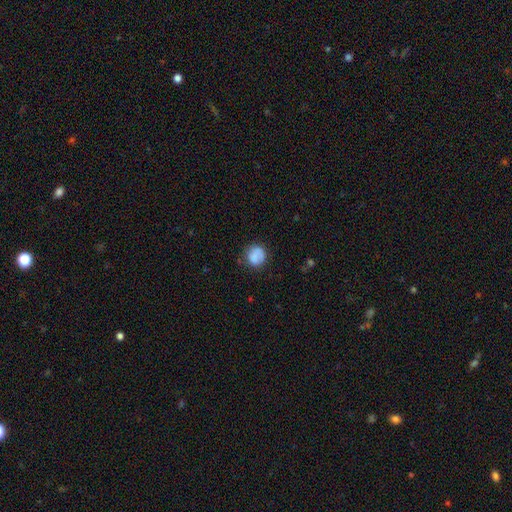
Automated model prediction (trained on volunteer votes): smooth-or-featured: smooth: 82% | featured or disk: 10% | star or artifact: 8%
  how-rounded: round: 82% | in between: 17% | cigar-shaped: 1%
  merging: none: 71% | minor disturbance: 20% | major disturbance: 7% | merger: 3%